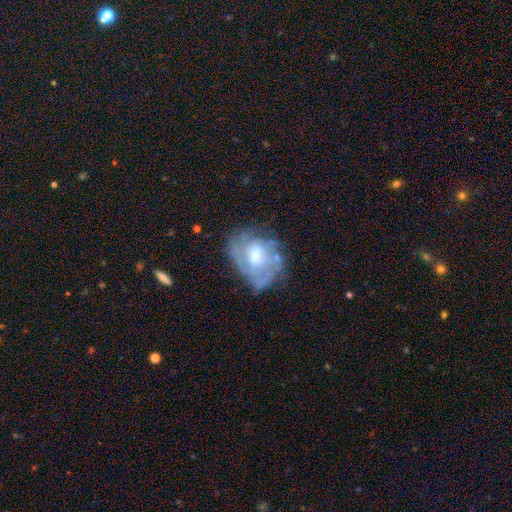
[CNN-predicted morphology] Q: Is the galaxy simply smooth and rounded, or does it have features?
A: featured or disk — 67%.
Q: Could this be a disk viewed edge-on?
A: no — 96%.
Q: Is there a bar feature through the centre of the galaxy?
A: no — 55%.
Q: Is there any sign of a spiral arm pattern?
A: yes — 64%.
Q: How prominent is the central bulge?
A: moderate — 55%.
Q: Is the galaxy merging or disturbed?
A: none — 53%.